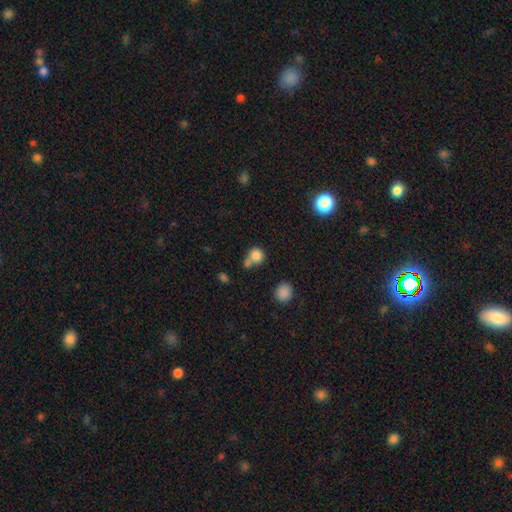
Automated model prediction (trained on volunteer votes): A smooth galaxy with no disk features (82%) that is round (84%).

Vote fractions:
- Smooth or featured? smooth: 82% / star or artifact: 11% / featured or disk: 7%
- How rounded? round: 84% / in between: 15% / cigar-shaped: 1%
- Merging? none: 45% / merger: 40% / minor disturbance: 11% / major disturbance: 5%